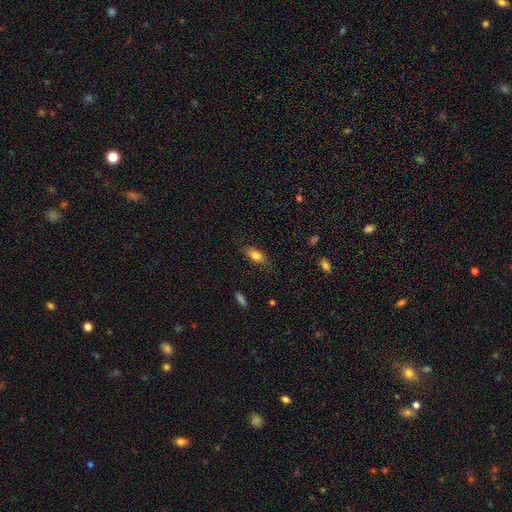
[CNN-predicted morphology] A smooth galaxy with no disk features (76%) that is in between round and cigar-shaped (77%). Merging: none (82%).